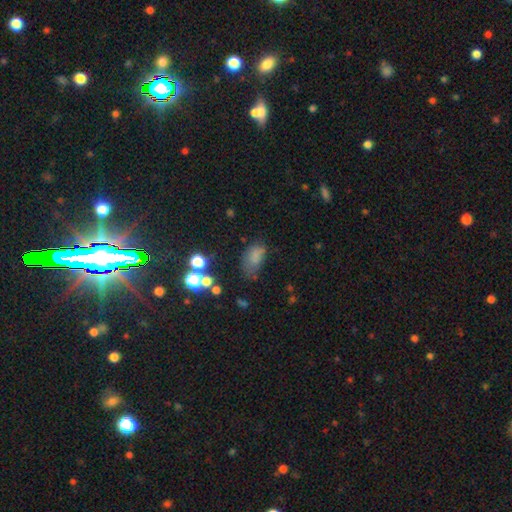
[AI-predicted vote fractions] smooth-or-featured: smooth: 67% | star or artifact: 18% | featured or disk: 14%
  how-rounded: in between: 85% | round: 12% | cigar-shaped: 2%
  merging: none: 45% | minor disturbance: 29% | major disturbance: 19% | merger: 7%